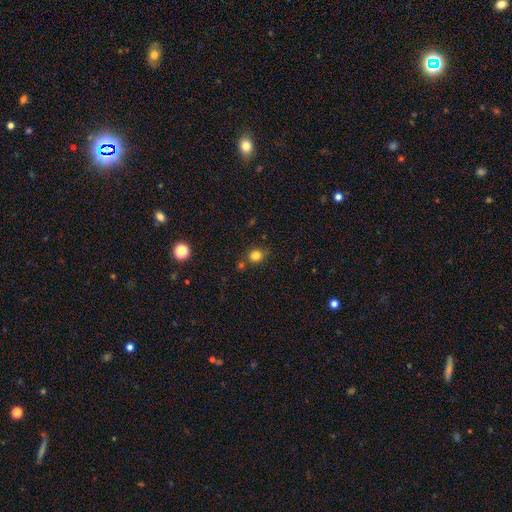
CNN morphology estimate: Smooth or featured? Predicted: smooth (p=0.81). How rounded? Predicted: round (p=0.78). Merging? Predicted: none (p=0.75).